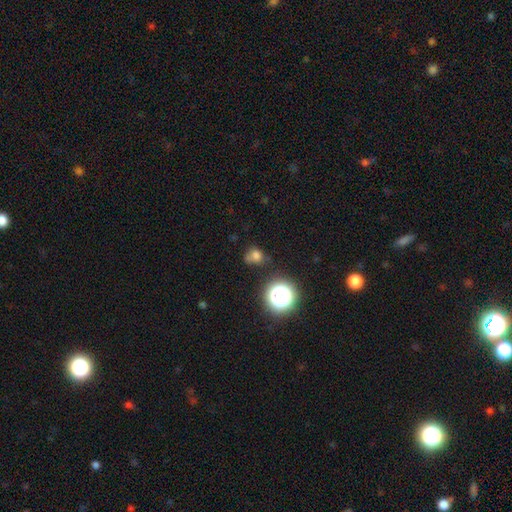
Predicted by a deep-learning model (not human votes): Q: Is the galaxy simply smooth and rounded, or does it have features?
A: smooth — 69%.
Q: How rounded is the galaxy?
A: round — 65%.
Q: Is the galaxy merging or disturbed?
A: none — 50%.